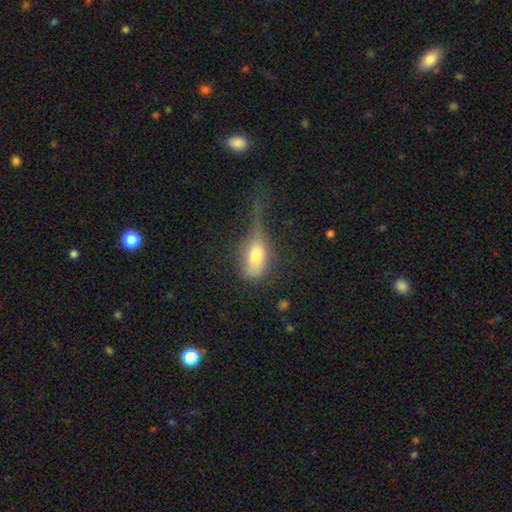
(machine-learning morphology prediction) Smooth or featured: smooth — 70% (featured or disk — 22%)
How rounded: in between — 82% (cigar-shaped — 11%)
Merging: major disturbance — 45% (minor disturbance — 29%)